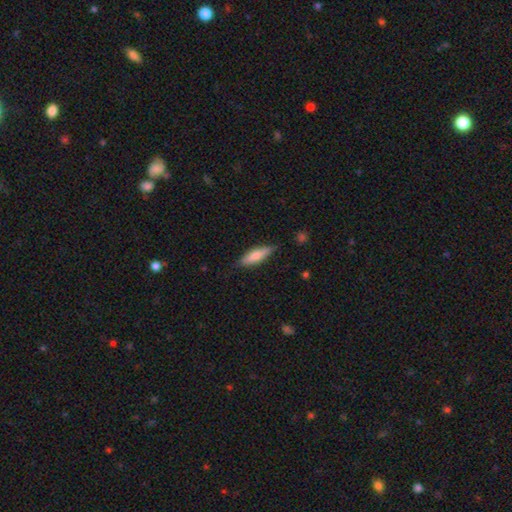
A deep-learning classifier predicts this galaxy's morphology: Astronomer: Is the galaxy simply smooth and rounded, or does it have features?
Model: smooth — 70%.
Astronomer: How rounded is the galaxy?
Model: cigar-shaped — 60% (runner-up: in between, 38%).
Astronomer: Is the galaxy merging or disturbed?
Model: none — 82%.